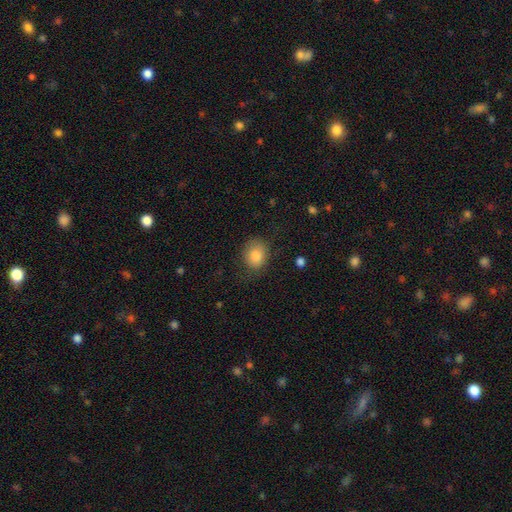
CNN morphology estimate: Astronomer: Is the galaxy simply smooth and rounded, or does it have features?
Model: smooth — 83%.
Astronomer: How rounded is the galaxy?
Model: round — 63%.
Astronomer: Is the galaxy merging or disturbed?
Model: none — 72%.